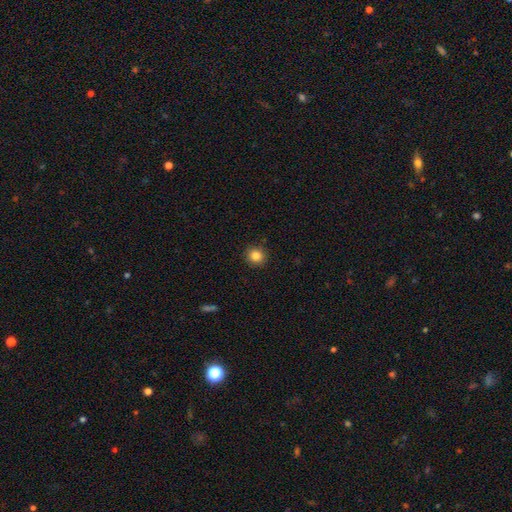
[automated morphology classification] A smooth galaxy with no disk features (84%) that is round (91%). Merging: none (91%).